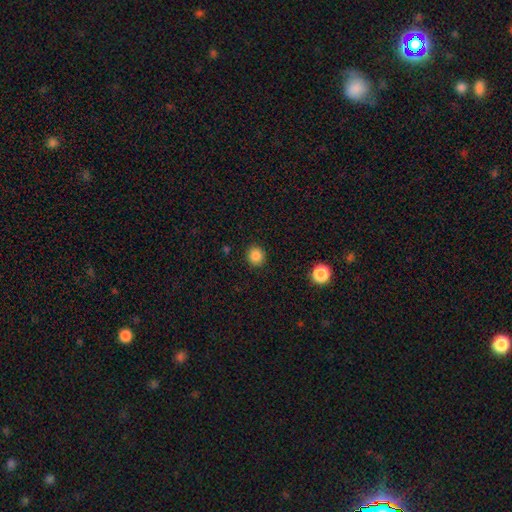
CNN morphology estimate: smooth-or-featured: smooth: 85% | star or artifact: 11% | featured or disk: 4%
  how-rounded: round: 87% | in between: 12% | cigar-shaped: 1%
  merging: none: 90% | minor disturbance: 6% | major disturbance: 2% | merger: 1%